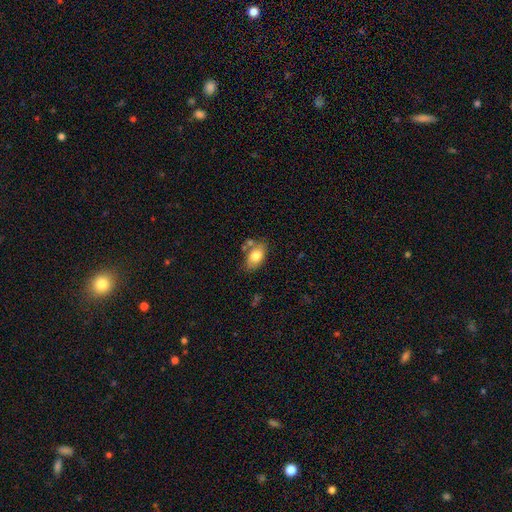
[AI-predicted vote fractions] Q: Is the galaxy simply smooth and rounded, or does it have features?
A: smooth — 79%.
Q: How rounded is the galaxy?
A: in between — 89%.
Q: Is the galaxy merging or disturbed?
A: none — 64%.